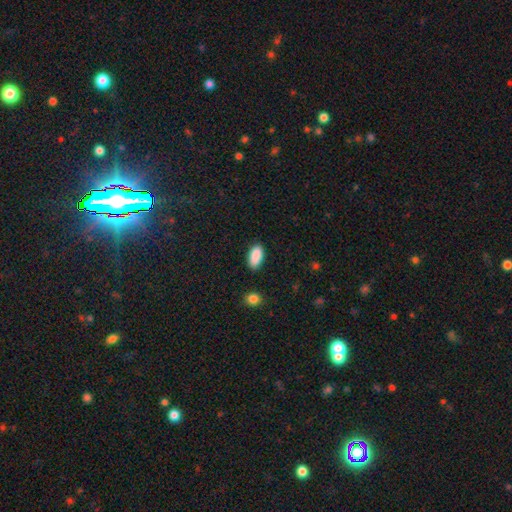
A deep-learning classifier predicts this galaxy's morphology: A smooth galaxy with no disk features (90%) that is in between round and cigar-shaped (91%). Merging: none (84%).